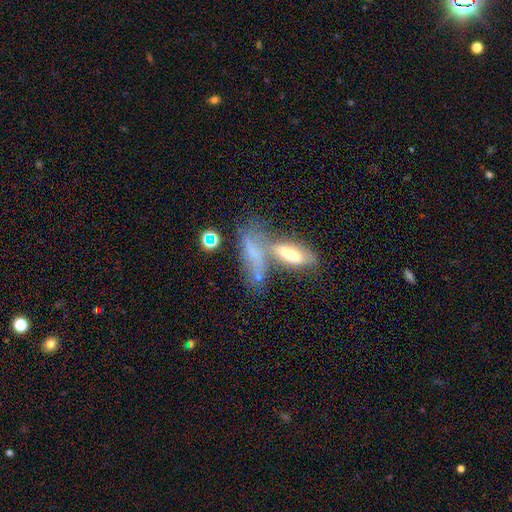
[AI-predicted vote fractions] This appears to be a smooth galaxy with no disk features (51%) that is cigar-shaped (51%). Merging: merger (46%).